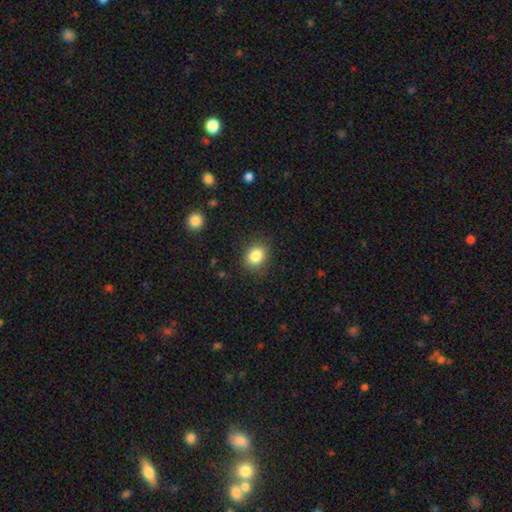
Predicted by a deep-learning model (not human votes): This appears to be a smooth galaxy with no disk features (84%) that is round (65%). Merging: none (85%).